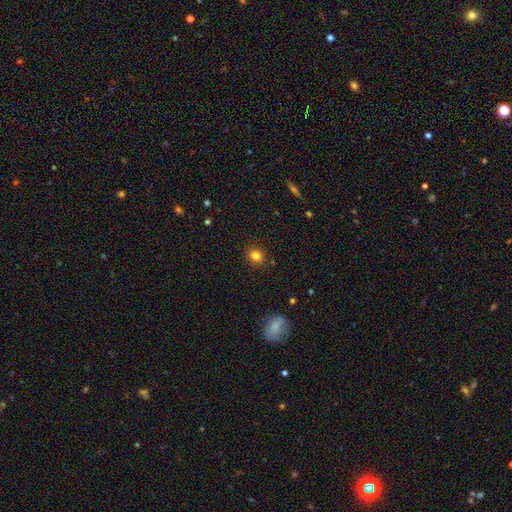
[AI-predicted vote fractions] Smooth or featured: smooth — 81% (star or artifact — 14%)
How rounded: round — 83% (in between — 16%)
Merging: none — 90% (minor disturbance — 7%)